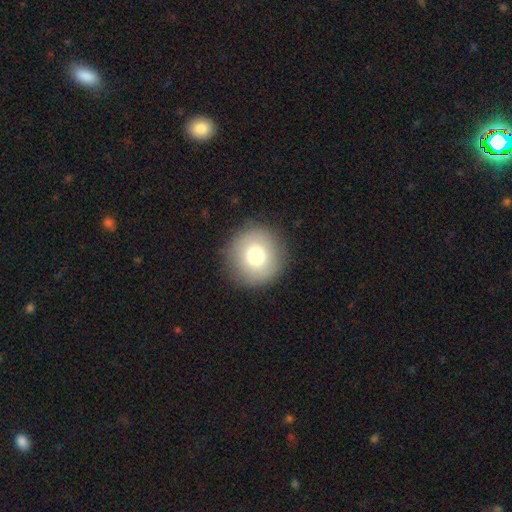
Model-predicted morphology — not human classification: A smooth galaxy with no disk features (77%) that is round (95%). Merging: none (89%).